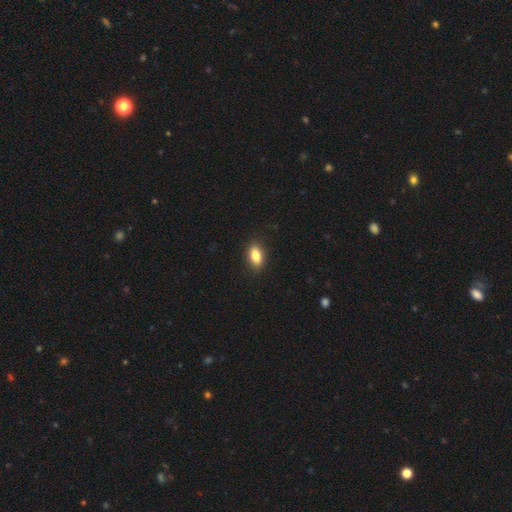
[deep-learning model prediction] Smooth or featured: smooth — 83% (featured or disk — 9%)
How rounded: in between — 87% (cigar-shaped — 7%)
Merging: none — 88% (minor disturbance — 9%)